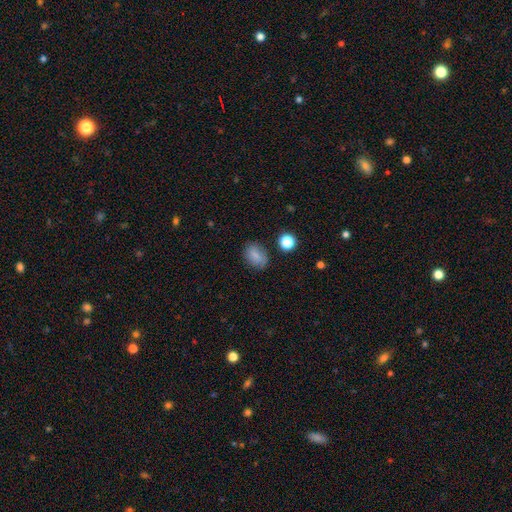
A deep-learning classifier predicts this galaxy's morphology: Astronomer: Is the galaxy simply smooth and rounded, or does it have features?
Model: smooth — 80%.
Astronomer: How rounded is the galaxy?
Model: in between — 73%.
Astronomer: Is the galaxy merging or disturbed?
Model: none — 78%.